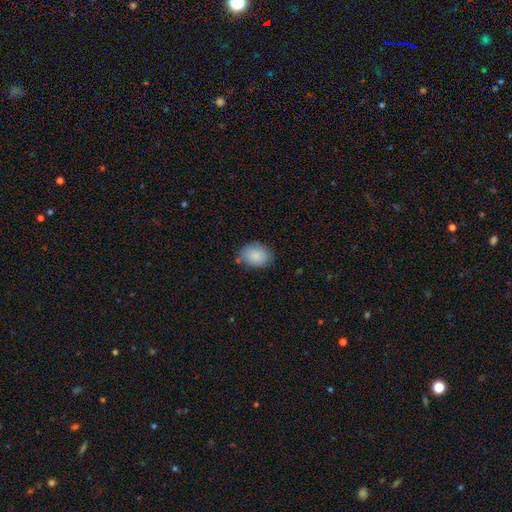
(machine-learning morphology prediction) A smooth galaxy with no disk features (85%) that is in between round and cigar-shaped (64%). Merging: none (69%).